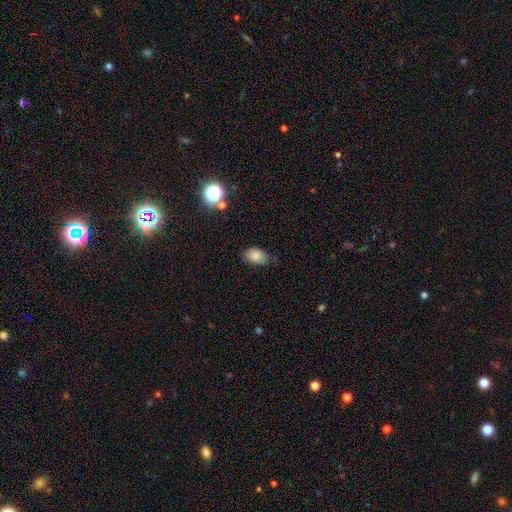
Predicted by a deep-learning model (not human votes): The model was most divided on "merging": none: 69%, minor disturbance: 25%, major disturbance: 4%, merger: 2%. More confident: how rounded — in between (87%); smooth or featured — smooth (82%).